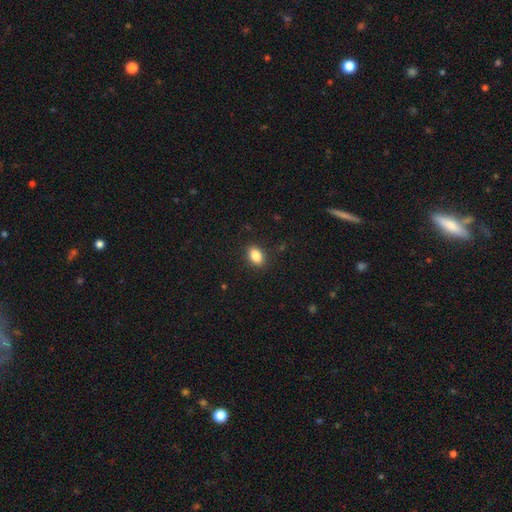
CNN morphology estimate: Smooth or featured? smooth (86%)
How rounded? in between (84%)
Merging? none (88%)